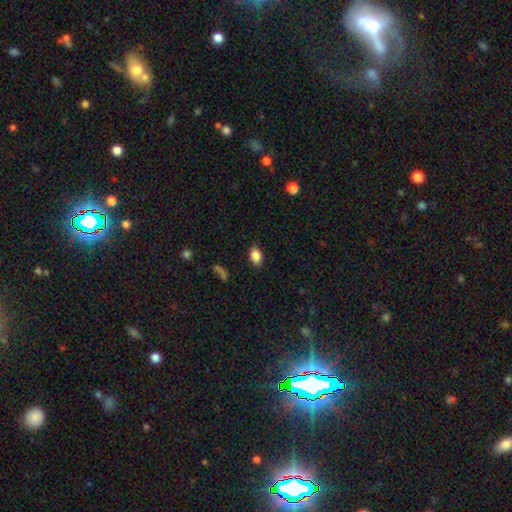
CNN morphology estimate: smooth 86%, star or artifact 8%, featured or disk 5%. Down the decision tree: how rounded — in between (86%); merging — none (86%).